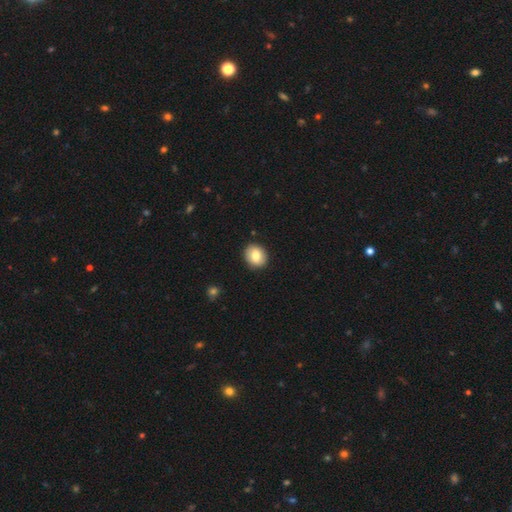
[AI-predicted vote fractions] Smooth or featured? Predicted: smooth (p=0.81). How rounded? Predicted: round (p=0.63). Merging? Predicted: none (p=0.90).